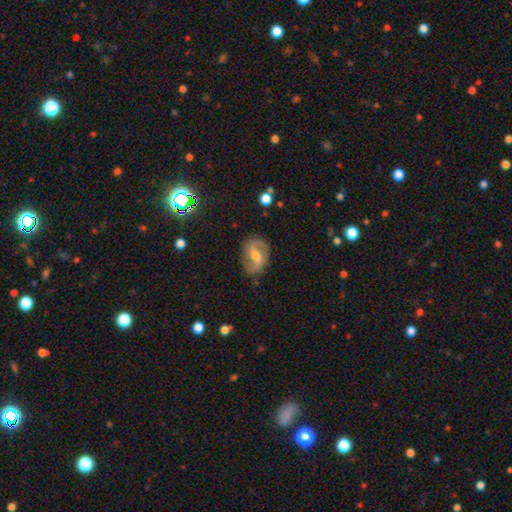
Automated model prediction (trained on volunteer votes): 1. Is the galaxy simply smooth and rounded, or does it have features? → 74% featured or disk, 18% smooth, 7% star or artifact.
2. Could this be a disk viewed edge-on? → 96% no, 4% yes.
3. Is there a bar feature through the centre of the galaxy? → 43% weak, 38% strong, 19% no.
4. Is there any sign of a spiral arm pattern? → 88% yes, 12% no.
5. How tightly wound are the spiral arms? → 45% medium, 36% loose, 18% tight.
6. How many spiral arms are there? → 89% 2, 6% can't tell, 3% 1, 1% 3, 1% 4, 1% more than 4.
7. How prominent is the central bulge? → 54% moderate, 36% small, 5% large, 4% none, 1% dominant.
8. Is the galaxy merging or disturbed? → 78% none, 15% minor disturbance, 6% major disturbance, 2% merger.